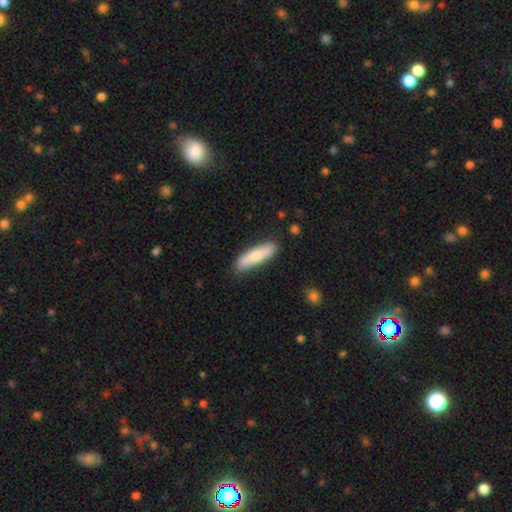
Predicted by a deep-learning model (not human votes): A smooth galaxy with no disk features (75%) that is cigar-shaped (69%).

Vote fractions:
- Smooth or featured? smooth: 75% / featured or disk: 20% / star or artifact: 5%
- How rounded? cigar-shaped: 69% / in between: 30% / round: 2%
- Merging? none: 84% / minor disturbance: 12% / major disturbance: 2% / merger: 2%